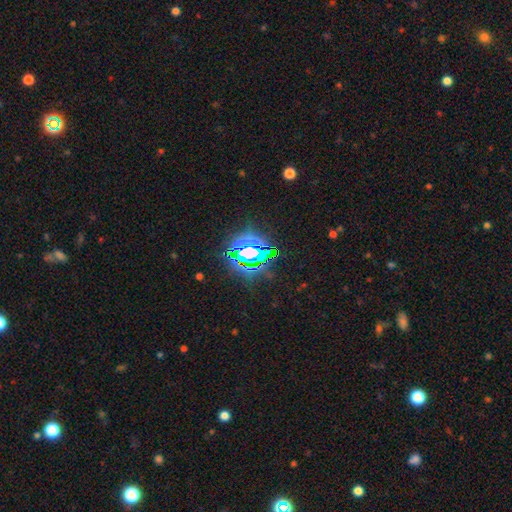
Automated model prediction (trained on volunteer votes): A star or artifact, not a galaxy (75%).

Vote fractions:
- Smooth or featured? star or artifact: 75% / smooth: 13% / featured or disk: 12%